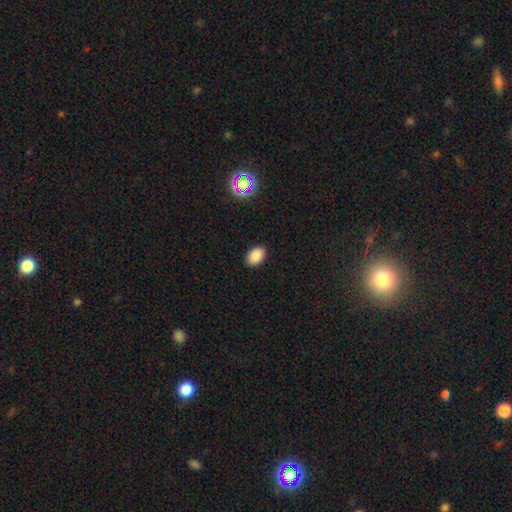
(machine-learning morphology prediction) This is clearly a smooth galaxy (88%). How rounded: clearly in between (88%). Merging: clearly none (89%).